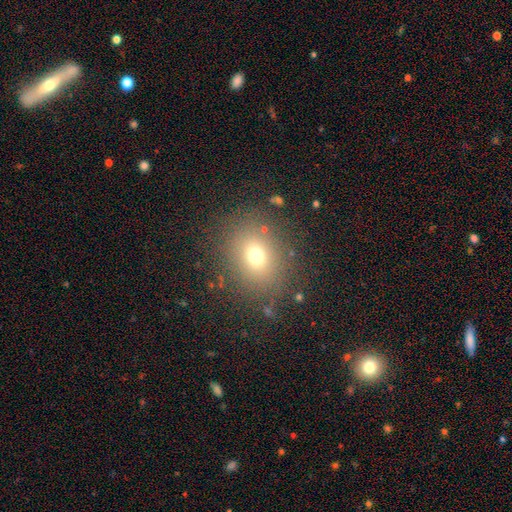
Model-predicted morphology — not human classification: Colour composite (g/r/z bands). It shows a smooth galaxy with no disk features (71%) that is round (65%). Merging: none (84%).